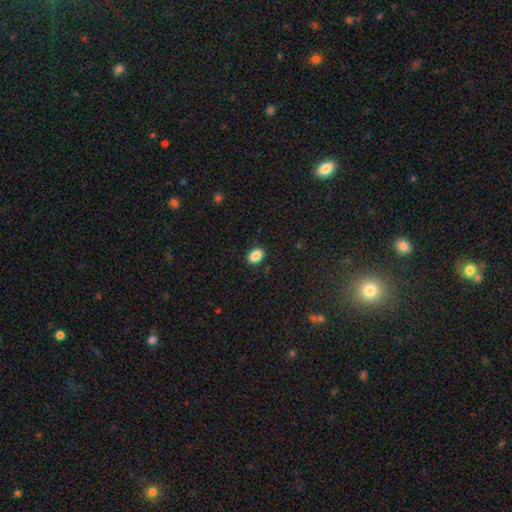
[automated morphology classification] smooth-or-featured: smooth: 87% | star or artifact: 8% | featured or disk: 5%
  how-rounded: in between: 82% | round: 17% | cigar-shaped: 1%
  merging: none: 88% | minor disturbance: 9% | major disturbance: 2% | merger: 1%